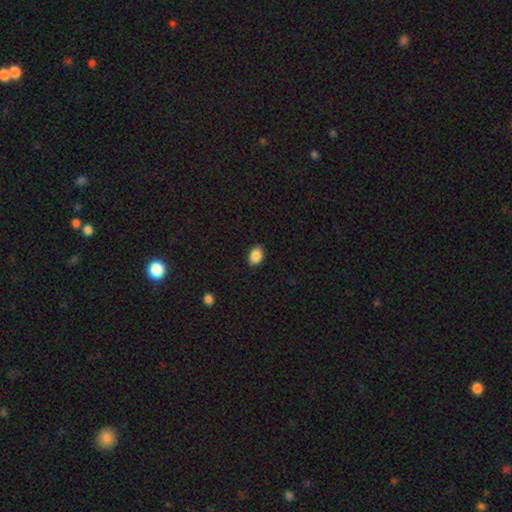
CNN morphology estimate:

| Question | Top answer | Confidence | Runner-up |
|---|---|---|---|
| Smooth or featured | smooth | 89% | star or artifact (8%) |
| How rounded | in between | 82% | round (17%) |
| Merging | none | 88% | minor disturbance (9%) |